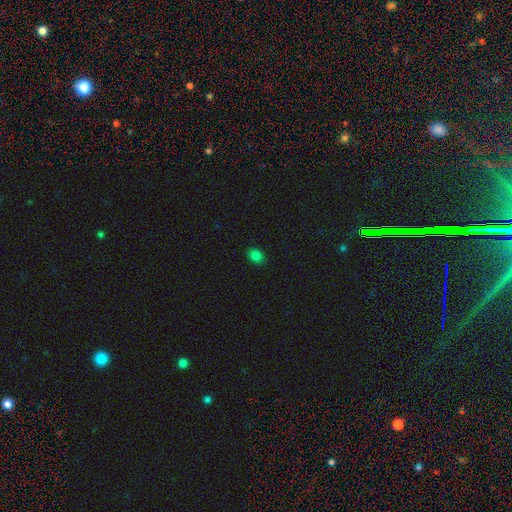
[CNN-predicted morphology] A smooth galaxy with no disk features (81%) that is in between round and cigar-shaped (64%).

Vote fractions:
- Smooth or featured? smooth: 81% / star or artifact: 14% / featured or disk: 4%
- How rounded? in between: 64% / round: 35% / cigar-shaped: 1%
- Merging? none: 88% / minor disturbance: 9% / major disturbance: 2% / merger: 1%